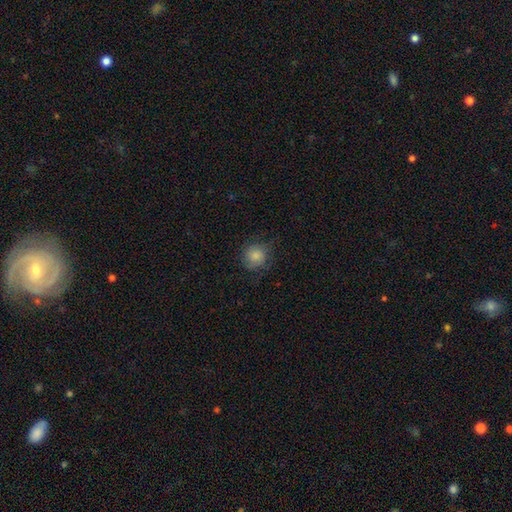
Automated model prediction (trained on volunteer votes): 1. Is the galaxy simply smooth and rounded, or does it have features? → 81% smooth, 11% featured or disk, 9% star or artifact.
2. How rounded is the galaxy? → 90% round, 9% in between, 1% cigar-shaped.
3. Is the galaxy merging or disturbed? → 74% none, 18% minor disturbance, 7% major disturbance, 1% merger.